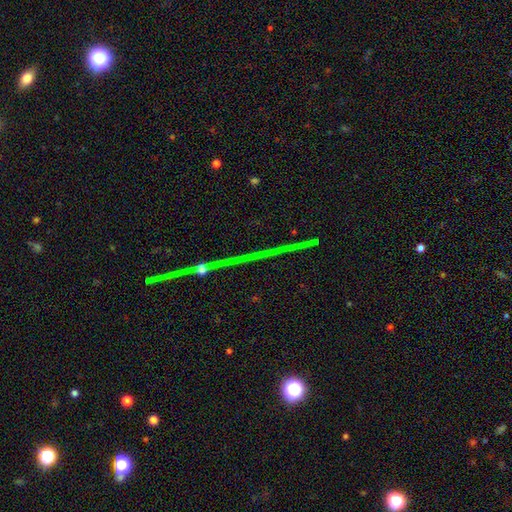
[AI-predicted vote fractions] Smooth or featured: star or artifact — 71% (featured or disk — 21%)